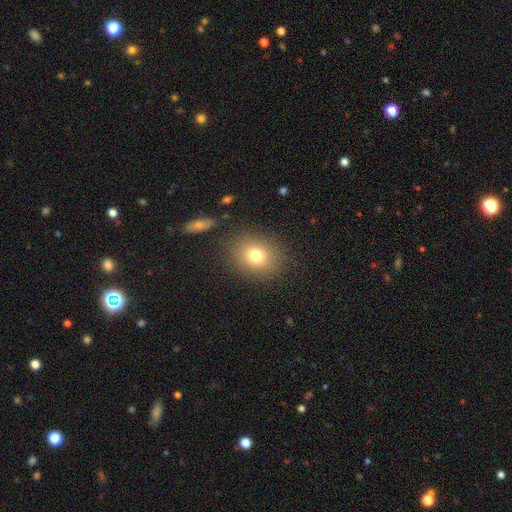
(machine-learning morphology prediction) Overall: smooth (76%). How rounded: round (58%; in between 41%). Merging: none (84%).